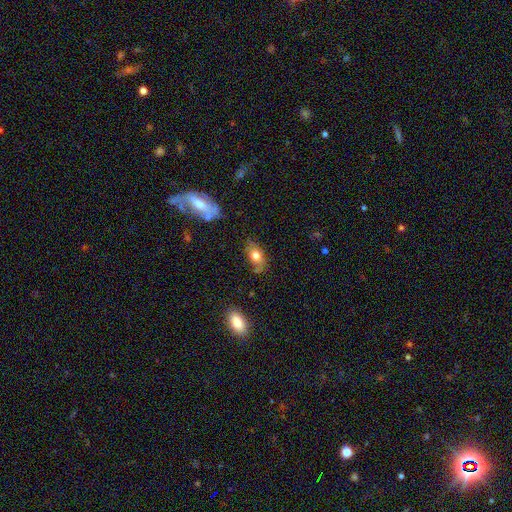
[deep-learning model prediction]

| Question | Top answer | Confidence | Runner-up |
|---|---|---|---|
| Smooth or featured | smooth | 67% | featured or disk (23%) |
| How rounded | in between | 81% | round (15%) |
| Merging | none | 60% | minor disturbance (27%) |